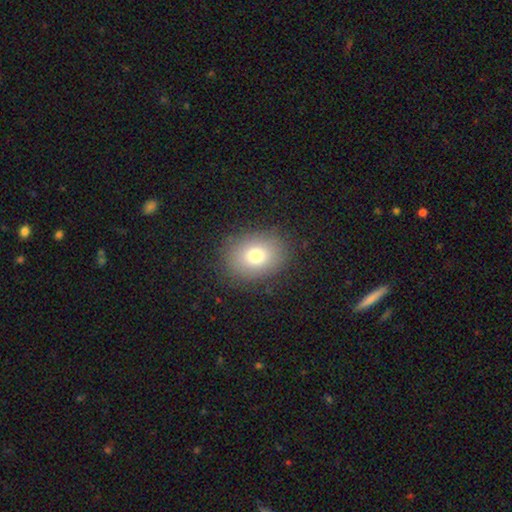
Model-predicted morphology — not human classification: smooth-or-featured: smooth: 76% | star or artifact: 12% | featured or disk: 12%
  how-rounded: in between: 53% | round: 46% | cigar-shaped: 1%
  merging: none: 85% | minor disturbance: 10% | major disturbance: 4% | merger: 1%